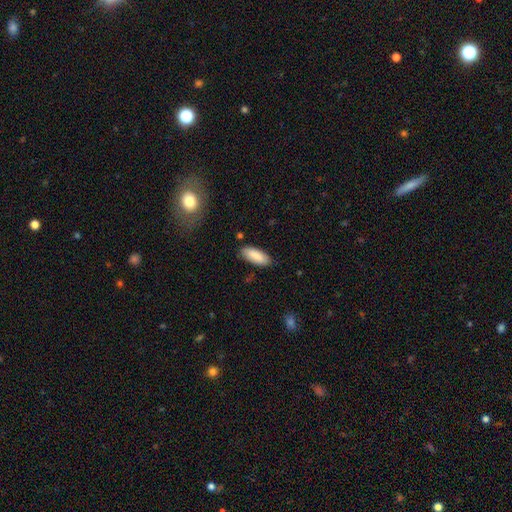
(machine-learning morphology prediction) A smooth galaxy with no disk features (86%) that is in between round and cigar-shaped (73%).

Vote fractions:
- Smooth or featured? smooth: 86% / featured or disk: 8% / star or artifact: 6%
- How rounded? in between: 73% / cigar-shaped: 25% / round: 1%
- Merging? none: 84% / minor disturbance: 12% / major disturbance: 2% / merger: 2%